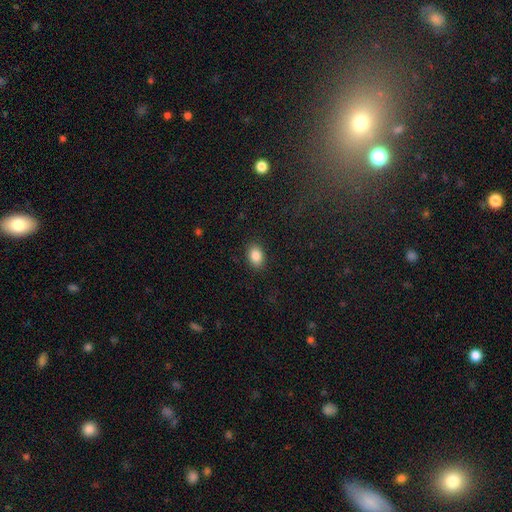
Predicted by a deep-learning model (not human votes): Smooth or featured: smooth — 87% (star or artifact — 8%)
How rounded: in between — 82% (round — 17%)
Merging: none — 88% (minor disturbance — 9%)